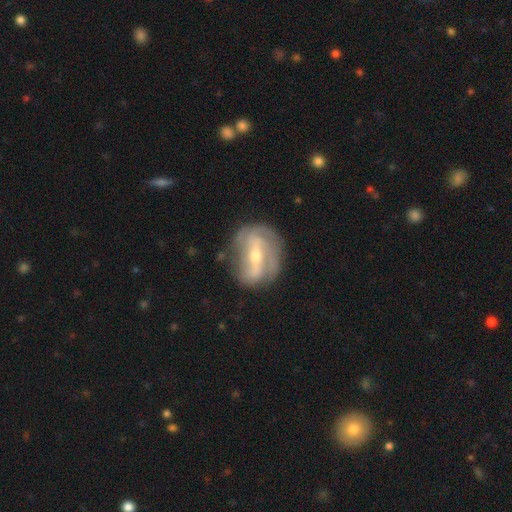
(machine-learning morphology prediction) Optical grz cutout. It shows a featured or disk galaxy (78%) with a strong bar (53%), 2 (52%) tight (39%) spiral arms (80%) and a moderate central bulge (54%). Merging: none (67%).